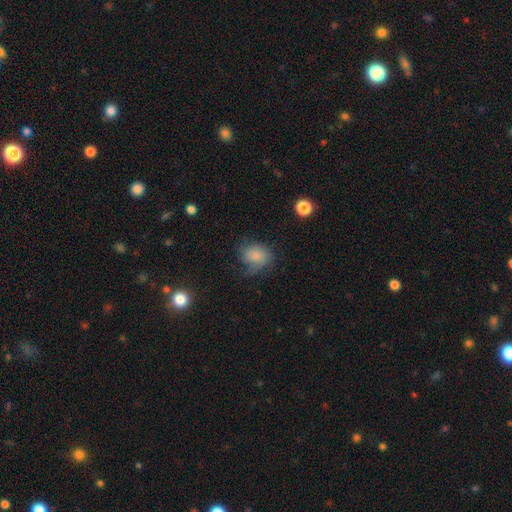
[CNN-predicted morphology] smooth-or-featured: smooth: 67% | featured or disk: 23% | star or artifact: 10%
  how-rounded: round: 50% | in between: 49% | cigar-shaped: 1%
  merging: none: 51% | minor disturbance: 27% | major disturbance: 19% | merger: 2%